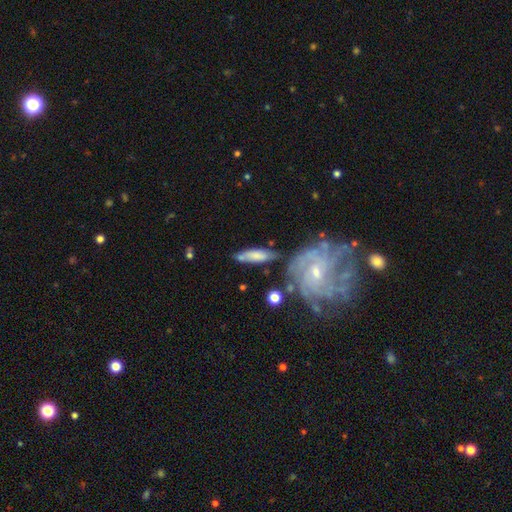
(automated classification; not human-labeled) This appears to be a smooth galaxy with no disk features (59%) that is cigar-shaped (56%). Merging: none (59%).